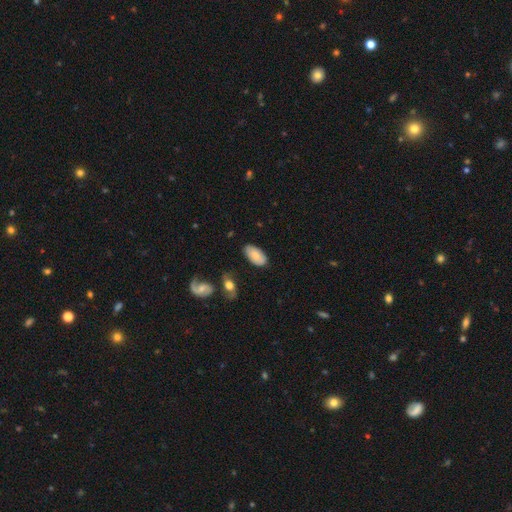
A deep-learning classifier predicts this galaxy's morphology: A smooth galaxy with no disk features (74%) that is in between round and cigar-shaped (95%).

Vote fractions:
- Smooth or featured? smooth: 74% / featured or disk: 19% / star or artifact: 6%
- How rounded? in between: 95% / round: 3% / cigar-shaped: 2%
- Merging? none: 80% / minor disturbance: 14% / major disturbance: 3% / merger: 3%